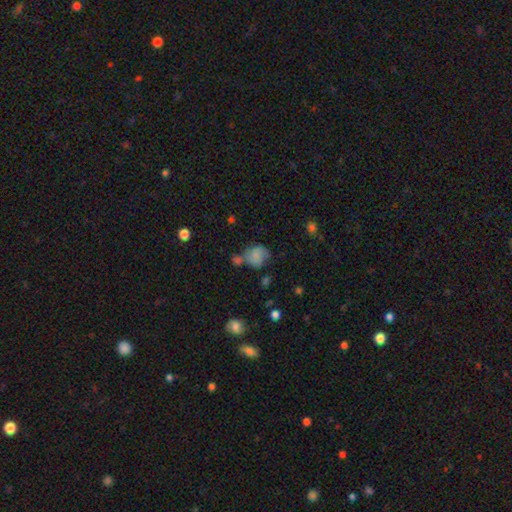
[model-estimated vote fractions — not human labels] Q: Smooth or featured?
A: smooth (66%); runner-up: featured or disk (24%)
Q: How rounded?
A: round (68%); runner-up: in between (31%)
Q: Merging?
A: none (42%); runner-up: minor disturbance (24%)